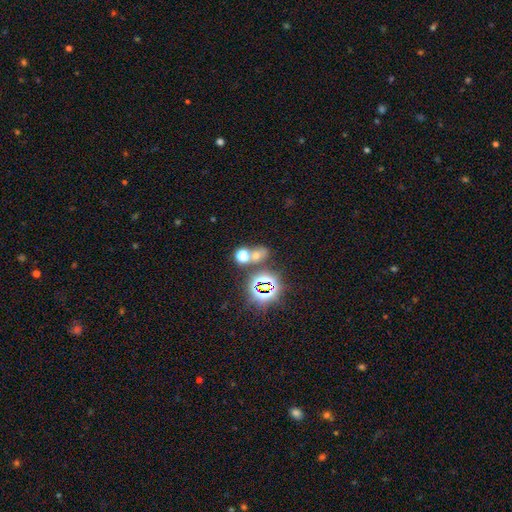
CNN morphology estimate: Smooth or featured?
  - star or artifact: 50% *
  - smooth: 39%
  - featured or disk: 11%